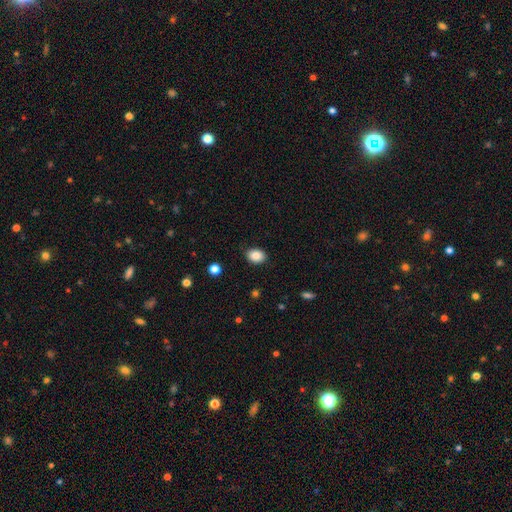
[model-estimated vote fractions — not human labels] Overall: smooth (86%). How rounded: in between (66%; round 33%). Merging: none (87%).